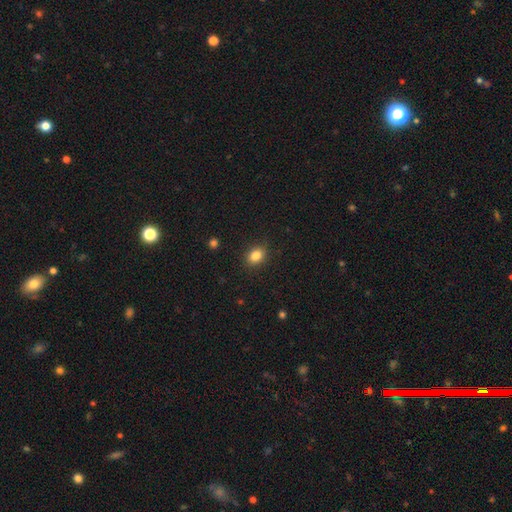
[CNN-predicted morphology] The model was most divided on "how rounded": in between: 61%, round: 37%, cigar-shaped: 1%. More confident: merging — none (87%); smooth or featured — smooth (84%).